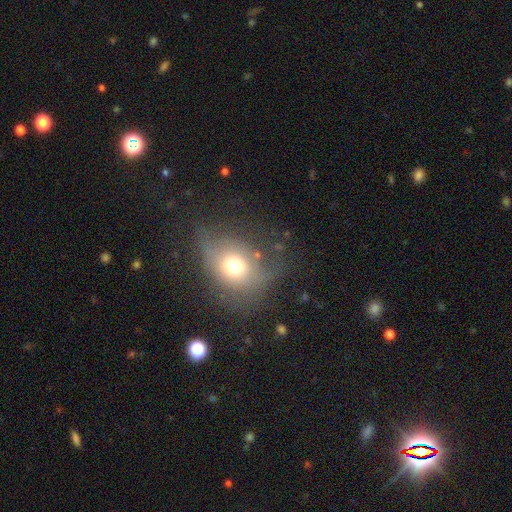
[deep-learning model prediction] smooth_or_featured: smooth (p=0.50) [alt: star or artifact p=0.26]
merging: none (p=0.55) [alt: minor disturbance p=0.23]